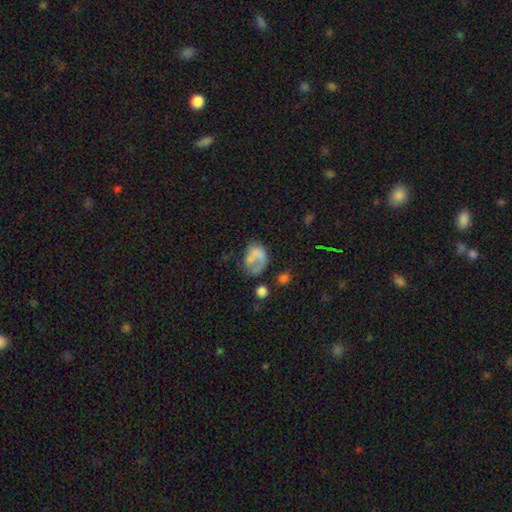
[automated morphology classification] type=smooth (52%); roundness=in between (66%); merging=major disturbance (32%).